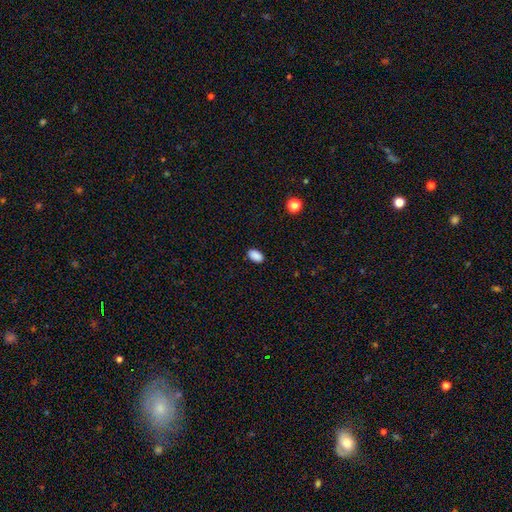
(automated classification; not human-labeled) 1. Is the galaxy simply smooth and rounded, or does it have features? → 89% smooth, 9% star or artifact, 3% featured or disk.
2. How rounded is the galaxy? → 91% in between, 7% round, 2% cigar-shaped.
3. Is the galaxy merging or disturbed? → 88% none, 9% minor disturbance, 2% major disturbance, 1% merger.